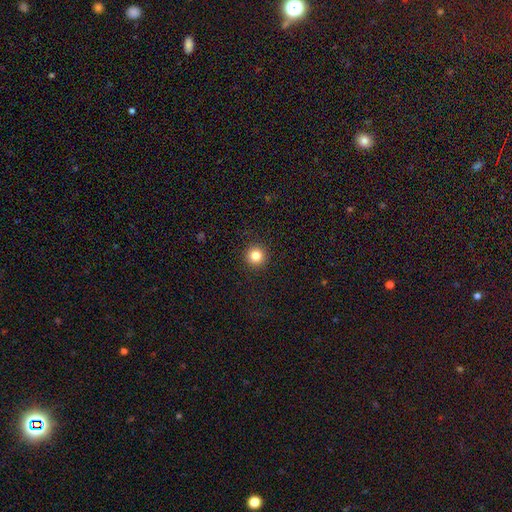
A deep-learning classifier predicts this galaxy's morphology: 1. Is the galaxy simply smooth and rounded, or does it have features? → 84% smooth, 11% star or artifact, 5% featured or disk.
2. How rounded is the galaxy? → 96% round, 3% in between, 1% cigar-shaped.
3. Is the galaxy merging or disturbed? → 93% none, 4% minor disturbance, 2% major disturbance, 1% merger.